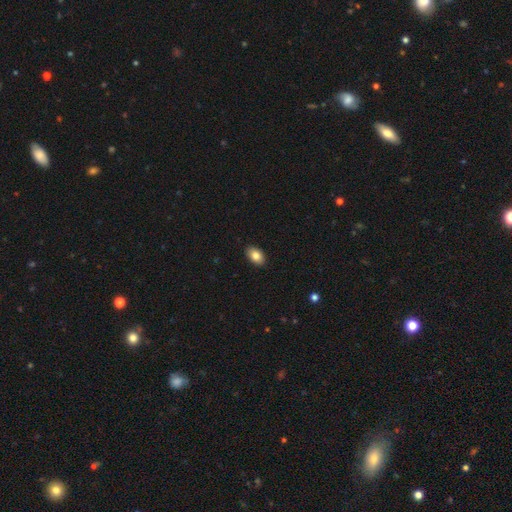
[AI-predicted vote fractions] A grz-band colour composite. It shows a smooth galaxy with no disk features (84%) that is in between round and cigar-shaped (91%). Merging: none (90%).